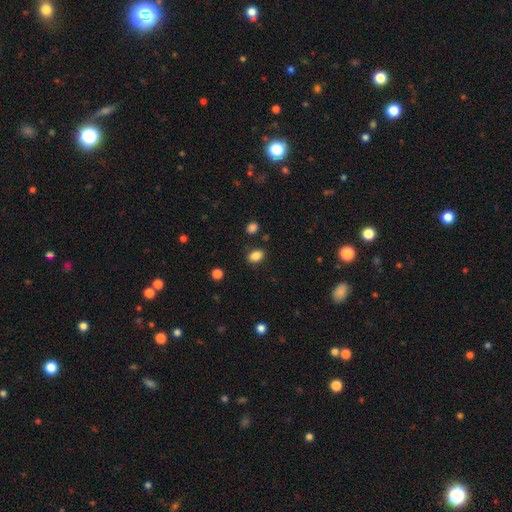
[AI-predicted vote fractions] A smooth galaxy with no disk features (85%) that is in between round and cigar-shaped (79%).

Vote fractions:
- Smooth or featured? smooth: 85% / star or artifact: 10% / featured or disk: 4%
- How rounded? in between: 79% / round: 20% / cigar-shaped: 1%
- Merging? none: 84% / minor disturbance: 10% / major disturbance: 3% / merger: 3%